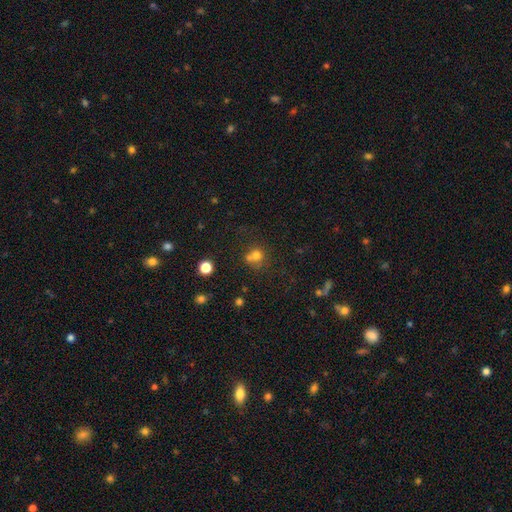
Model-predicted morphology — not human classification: Smooth or featured? smooth (71%)
How rounded? round (80%)
Merging? none (44%)